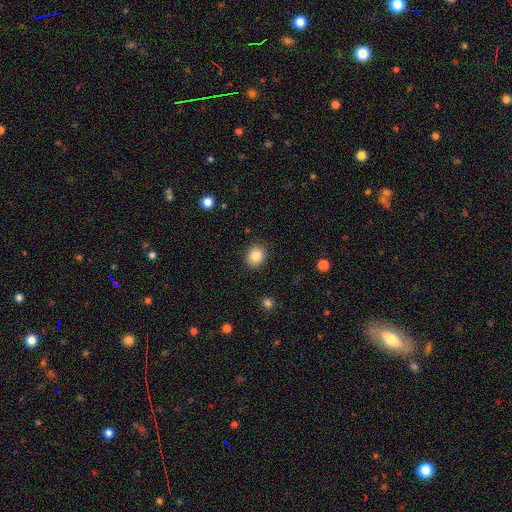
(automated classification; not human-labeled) Smooth or featured: smooth — 85% (star or artifact — 9%)
How rounded: round — 64% (in between — 35%)
Merging: none — 89% (minor disturbance — 7%)